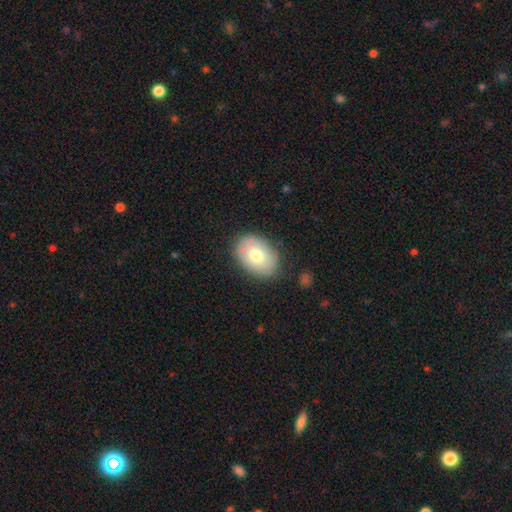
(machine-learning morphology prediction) smooth-or-featured: smooth: 71% | featured or disk: 22% | star or artifact: 7%
  how-rounded: in between: 80% | round: 19% | cigar-shaped: 1%
  merging: none: 82% | minor disturbance: 13% | major disturbance: 3% | merger: 1%